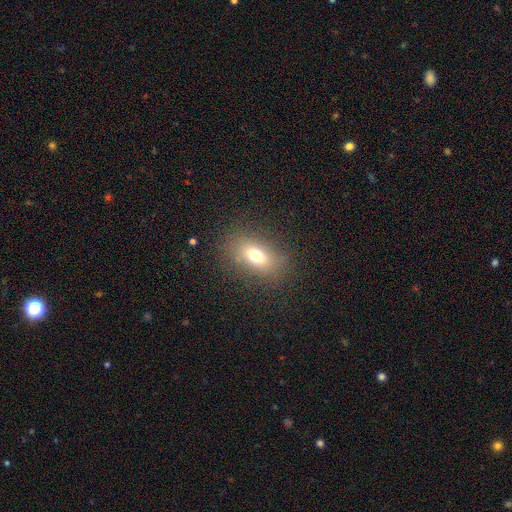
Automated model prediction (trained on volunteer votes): The model was most divided on "smooth or featured": smooth: 71%, featured or disk: 16%, star or artifact: 13%. More confident: merging — none (82%); how rounded — in between (80%).